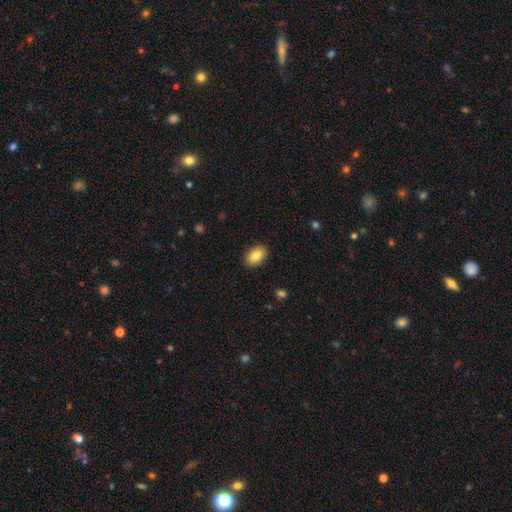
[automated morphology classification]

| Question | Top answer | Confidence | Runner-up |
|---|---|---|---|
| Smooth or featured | smooth | 86% | star or artifact (7%) |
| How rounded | in between | 90% | round (9%) |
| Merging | none | 89% | minor disturbance (8%) |